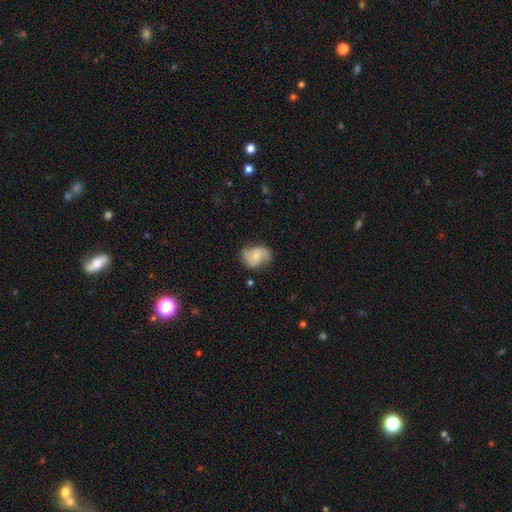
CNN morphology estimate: The model was most divided on "smooth or featured": featured or disk: 54%, smooth: 39%, star or artifact: 8%. More confident: edge-on disk — no (97%); spiral arms — yes (90%); bar — no (68%); merging — none (67%); bulge size — small (55%).